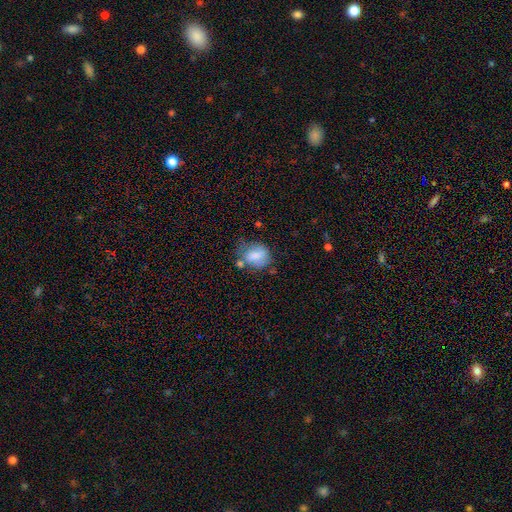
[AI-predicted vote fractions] smooth 74%, featured or disk 18%, star or artifact 9%. Down the decision tree: how rounded — round (51%); merging — none (46%).